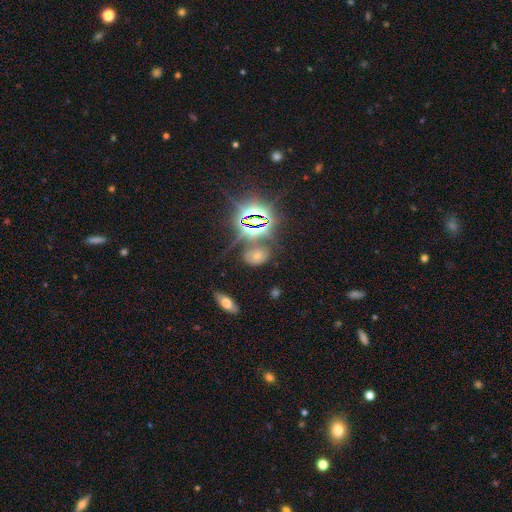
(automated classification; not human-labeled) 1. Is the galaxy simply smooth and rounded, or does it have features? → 58% star or artifact, 27% smooth, 14% featured or disk.